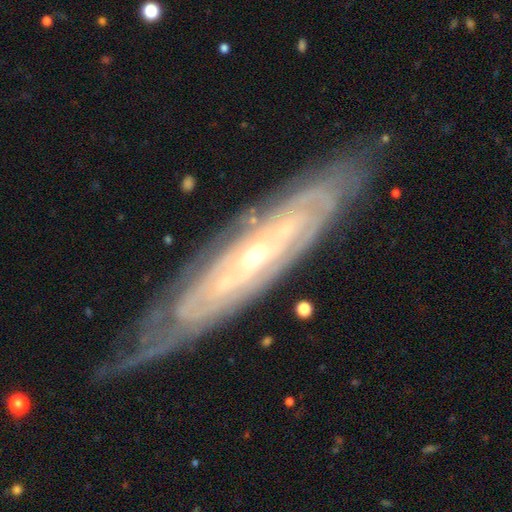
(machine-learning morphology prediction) A featured or disk galaxy (87%) with no bar (67%), tight (82%) spiral arms (93%) and a small central bulge (73%). Merging: none (72%).